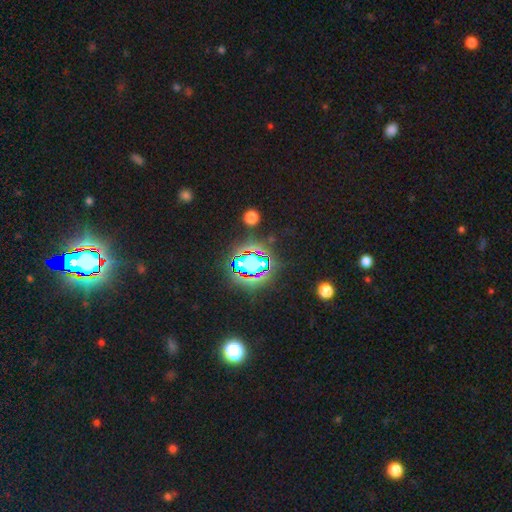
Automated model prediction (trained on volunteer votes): Smooth or featured?
  - star or artifact: 81% *
  - smooth: 12%
  - featured or disk: 8%